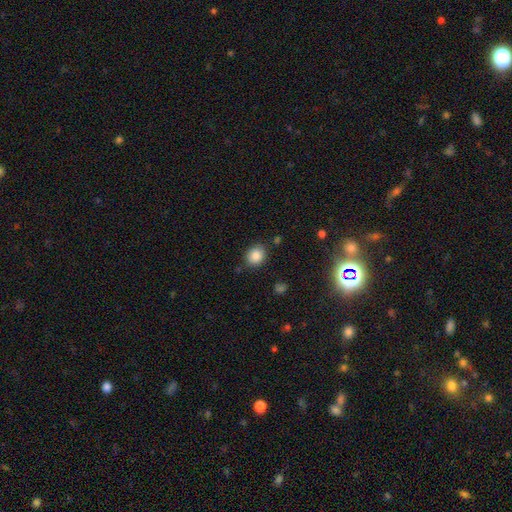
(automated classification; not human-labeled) Smooth or featured? smooth (85%)
How rounded? round (65%)
Merging? none (82%)